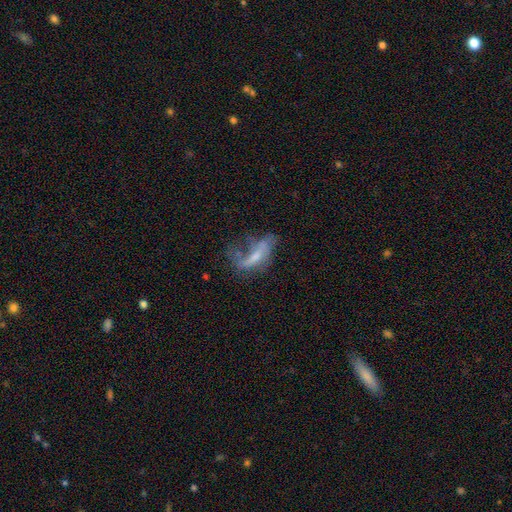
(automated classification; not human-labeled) Morphology: type=featured or disk (54%); edge-on=no (85%); merging=major disturbance (45%).